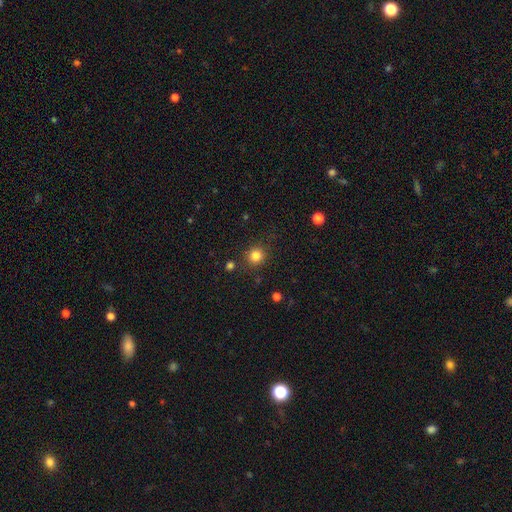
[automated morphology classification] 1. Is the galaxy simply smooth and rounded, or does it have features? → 82% smooth, 13% star or artifact, 5% featured or disk.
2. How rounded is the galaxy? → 91% round, 8% in between, 1% cigar-shaped.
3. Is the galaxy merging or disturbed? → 86% none, 8% minor disturbance, 3% major disturbance, 3% merger.